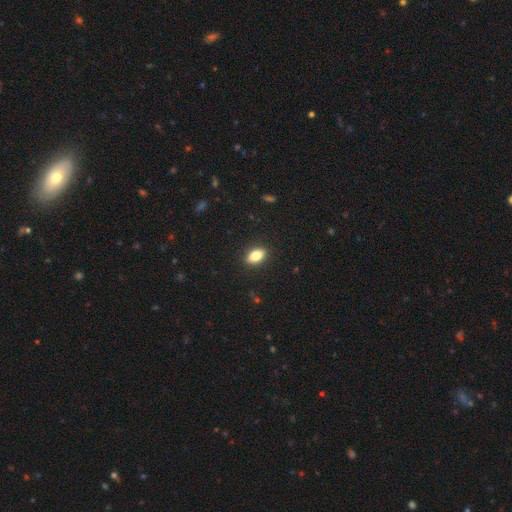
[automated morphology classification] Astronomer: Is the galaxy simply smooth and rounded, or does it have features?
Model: smooth — 81%.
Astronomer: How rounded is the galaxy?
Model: in between — 86%.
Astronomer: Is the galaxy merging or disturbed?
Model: none — 89%.